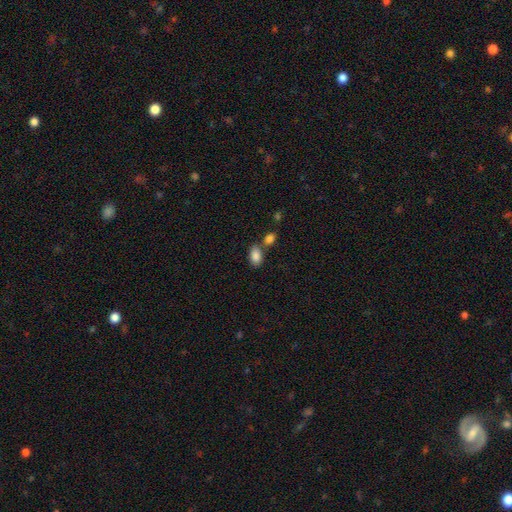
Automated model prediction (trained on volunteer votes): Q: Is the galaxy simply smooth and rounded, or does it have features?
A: smooth — 86%.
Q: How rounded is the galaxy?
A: in between — 91%.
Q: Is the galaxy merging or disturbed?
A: none — 59%.